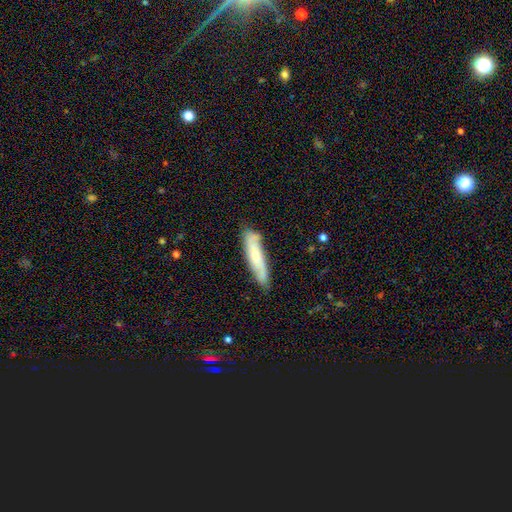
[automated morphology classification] smooth-or-featured: smooth: 51% | featured or disk: 42% | star or artifact: 7%
  how-rounded: cigar-shaped: 80% | in between: 19% | round: 2%
  merging: none: 76% | minor disturbance: 18% | major disturbance: 3% | merger: 3%